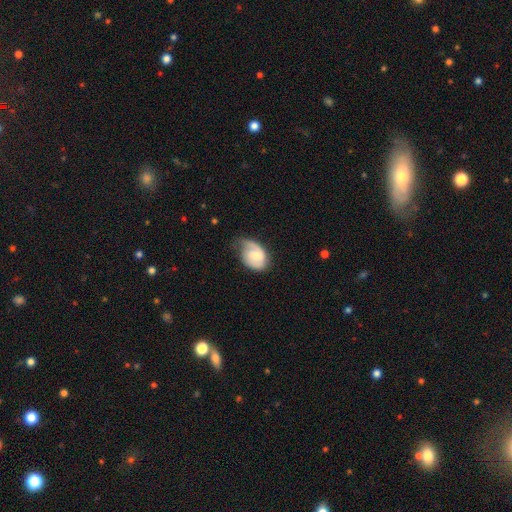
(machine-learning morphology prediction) A featured or disk galaxy (57%) with a weak bar (48%), spiral arms (86%) and a moderate central bulge (46%).

Vote fractions:
- Smooth or featured? featured or disk: 57% / smooth: 37% / star or artifact: 6%
- Edge-on disk? no: 97% / yes: 3%
- Bar? weak: 48% / no: 41% / strong: 11%
- Spiral arms? yes: 86% / no: 14%
- Bulge size? moderate: 46% / small: 37% / none: 9% / large: 7% / dominant: 1%
- Merging? none: 43% / minor disturbance: 37% / major disturbance: 18% / merger: 2%